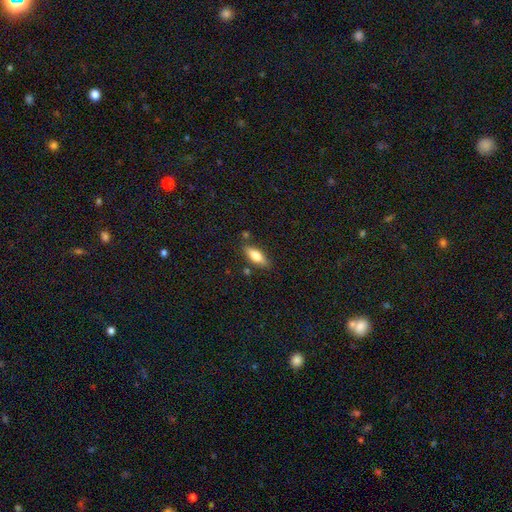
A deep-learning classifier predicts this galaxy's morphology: smooth 69%, featured or disk 24%, star or artifact 7%. Down the decision tree: how rounded — in between (67%); merging — none (79%).